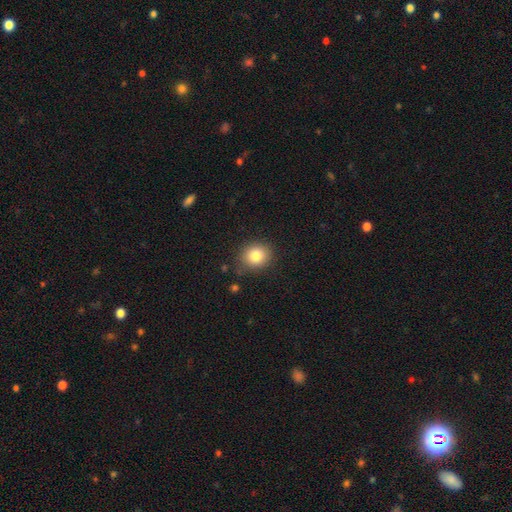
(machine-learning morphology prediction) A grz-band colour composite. It shows a smooth galaxy with no disk features (84%) that is round (77%). Merging: none (83%).